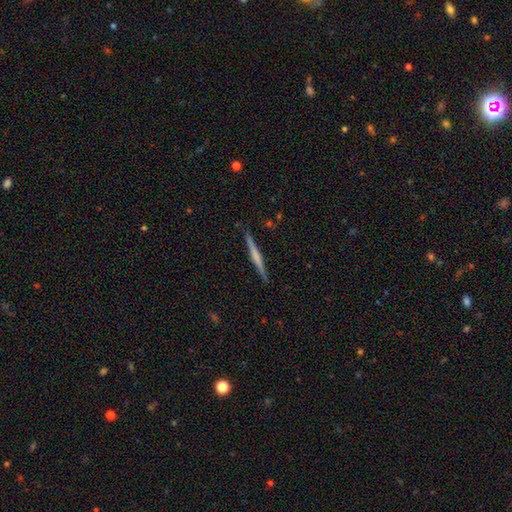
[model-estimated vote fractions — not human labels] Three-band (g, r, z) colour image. It shows a featured or disk galaxy (56%) viewed edge-on (98%) with no central bulge (54%). Merging: none (90%).